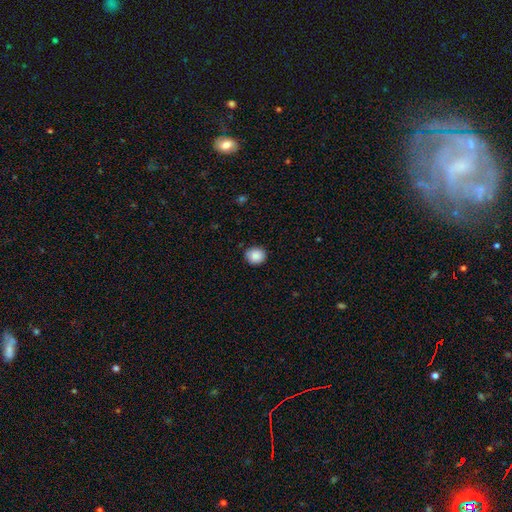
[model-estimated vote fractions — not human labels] A smooth galaxy with no disk features (88%) that is round (85%).

Vote fractions:
- Smooth or featured? smooth: 88% / star or artifact: 9% / featured or disk: 4%
- How rounded? round: 85% / in between: 14% / cigar-shaped: 1%
- Merging? none: 87% / minor disturbance: 10% / major disturbance: 2% / merger: 1%